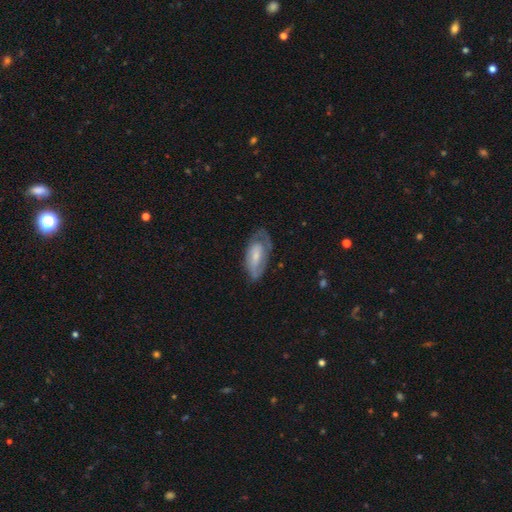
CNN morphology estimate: smooth-or-featured: featured or disk: 54% | smooth: 40% | star or artifact: 6%
  disk-edge-on: no: 89% | yes: 11%
  merging: none: 54% | minor disturbance: 28% | major disturbance: 16% | merger: 2%